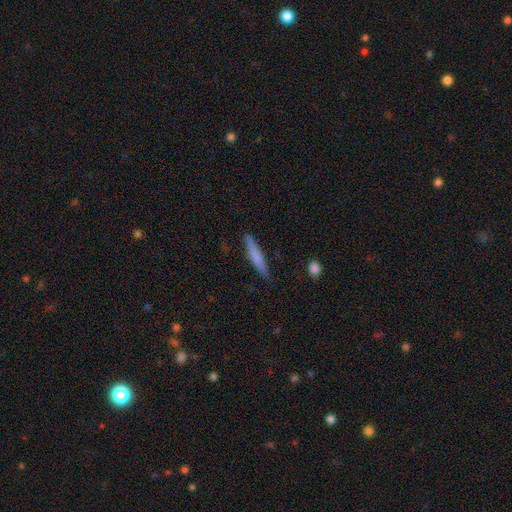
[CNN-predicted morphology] Smooth or featured? smooth (69%)
How rounded? cigar-shaped (93%)
Merging? none (84%)